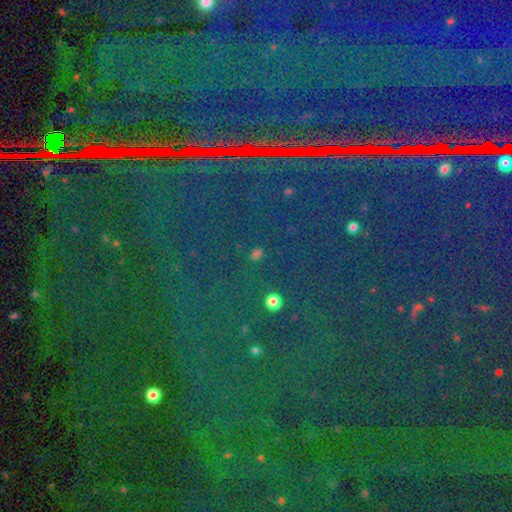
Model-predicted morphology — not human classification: type=star or artifact (85%).